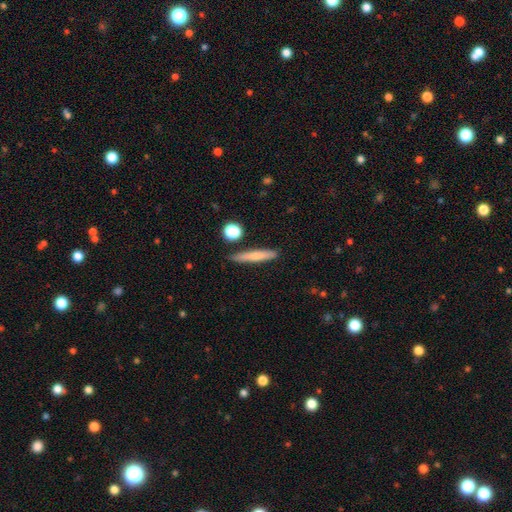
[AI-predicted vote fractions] Morphology: type=smooth (67%); roundness=cigar-shaped (91%); merging=none (83%).